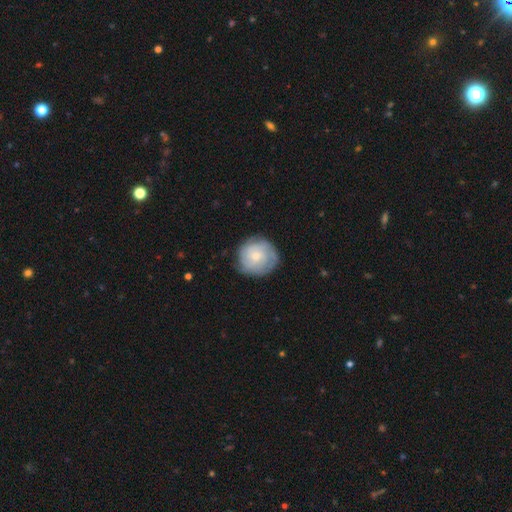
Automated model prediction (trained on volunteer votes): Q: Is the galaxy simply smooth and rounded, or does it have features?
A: featured or disk — 65%.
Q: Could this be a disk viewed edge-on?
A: no — 98%.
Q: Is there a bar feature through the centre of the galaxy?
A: no — 70%.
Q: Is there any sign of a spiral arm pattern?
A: yes — 91%.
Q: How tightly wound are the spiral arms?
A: tight — 68%.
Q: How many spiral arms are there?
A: can't tell — 40%.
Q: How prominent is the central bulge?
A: small — 64%.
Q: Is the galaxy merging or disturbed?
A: none — 78%.